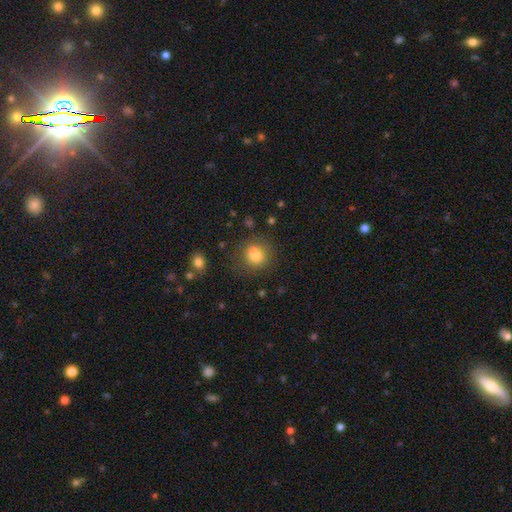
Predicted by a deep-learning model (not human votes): Smooth or featured? smooth (78%)
How rounded? round (66%)
Merging? none (59%)